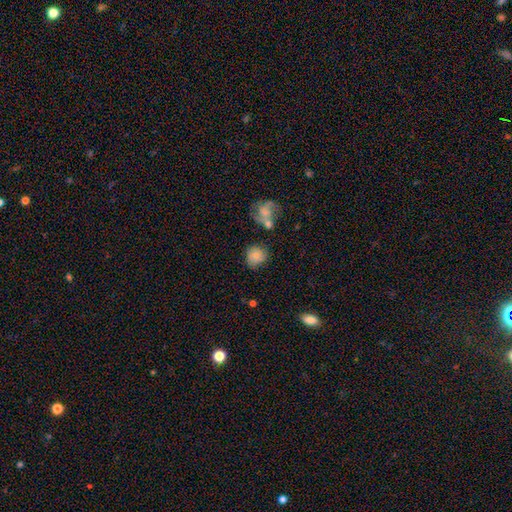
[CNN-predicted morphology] Q: Smooth or featured?
A: smooth (72%); runner-up: featured or disk (18%)
Q: How rounded?
A: round (75%); runner-up: in between (24%)
Q: Merging?
A: none (60%); runner-up: minor disturbance (22%)